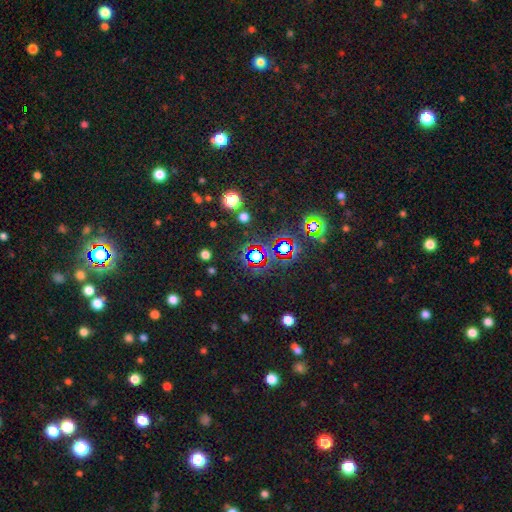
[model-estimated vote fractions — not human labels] A star or artifact, not a galaxy (67%).